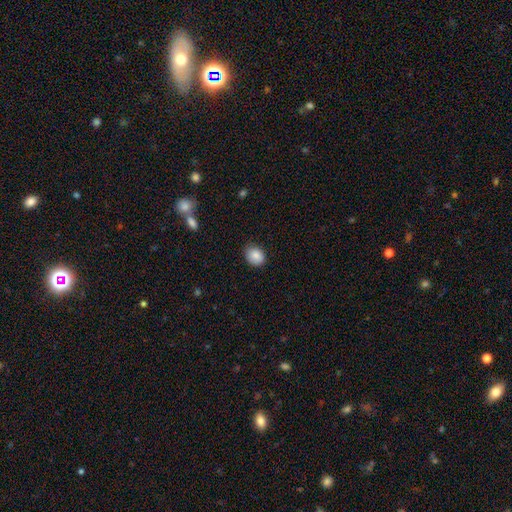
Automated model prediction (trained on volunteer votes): Smooth or featured? Predicted: smooth (p=0.87). How rounded? Predicted: in between (p=0.57). Merging? Predicted: none (p=0.80).